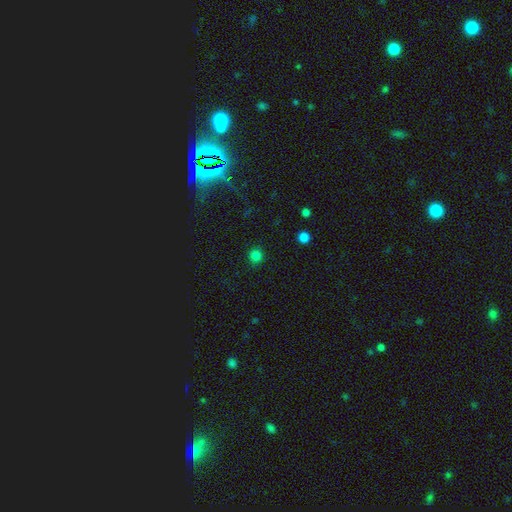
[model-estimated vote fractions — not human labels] Overall: smooth (81%). How rounded: round (93%). Merging: none (90%).